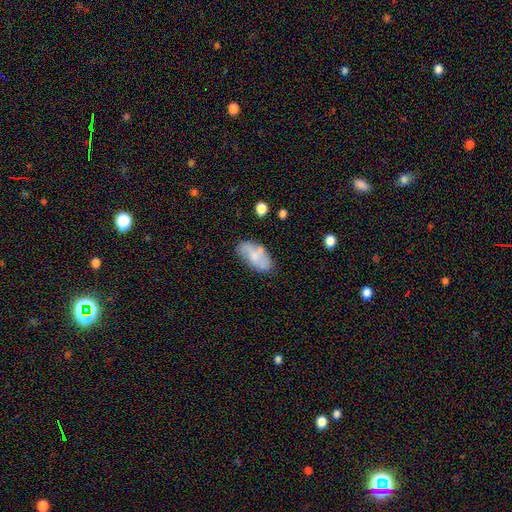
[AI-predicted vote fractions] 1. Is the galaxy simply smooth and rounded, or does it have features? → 63% smooth, 30% featured or disk, 7% star or artifact.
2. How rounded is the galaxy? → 92% in between, 5% cigar-shaped, 3% round.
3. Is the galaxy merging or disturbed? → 61% none, 23% minor disturbance, 9% merger, 7% major disturbance.